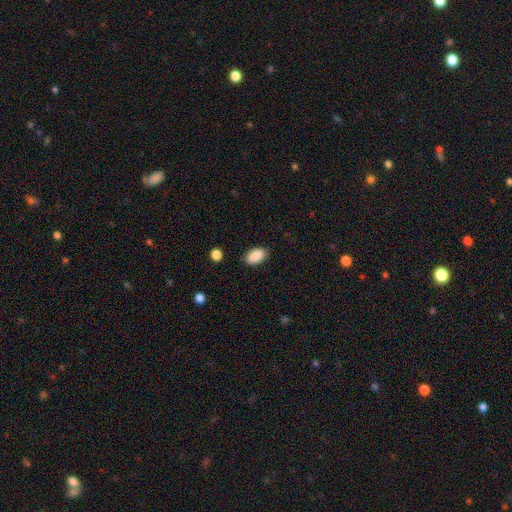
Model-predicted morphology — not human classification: Smooth or featured? Predicted: smooth (p=0.89). How rounded? Predicted: in between (p=0.91). Merging? Predicted: none (p=0.83).